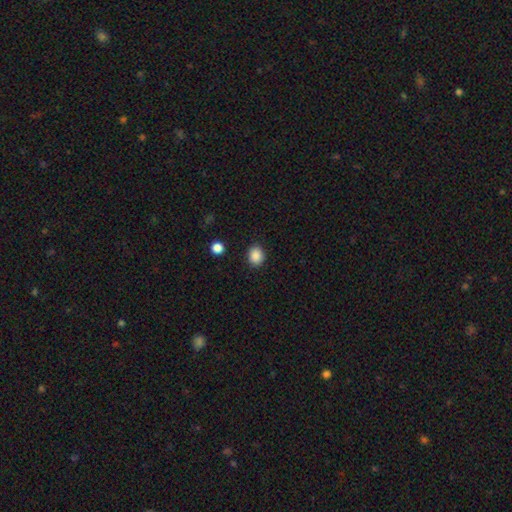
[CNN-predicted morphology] Q: Smooth or featured?
A: smooth (88%); runner-up: star or artifact (9%)
Q: How rounded?
A: round (61%); runner-up: in between (38%)
Q: Merging?
A: none (87%); runner-up: minor disturbance (8%)